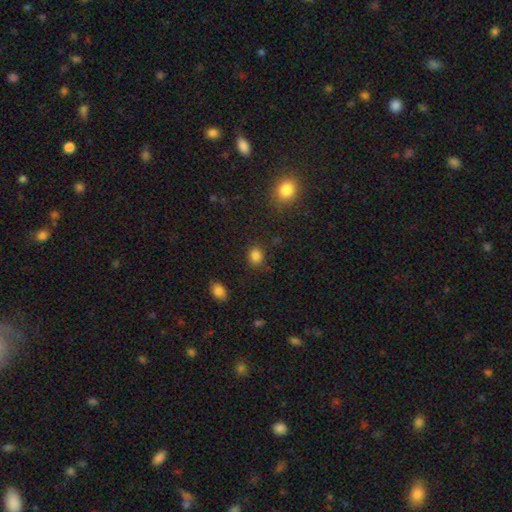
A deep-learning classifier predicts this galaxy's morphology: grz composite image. It shows a smooth galaxy with no disk features (84%) that is round (54%). Merging: none (82%).